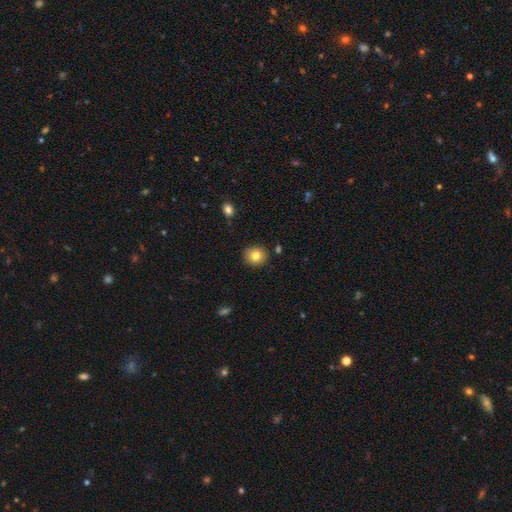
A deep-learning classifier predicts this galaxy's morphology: Smooth or featured: smooth — 80% (featured or disk — 10%)
How rounded: round — 88% (in between — 12%)
Merging: none — 88% (minor disturbance — 8%)